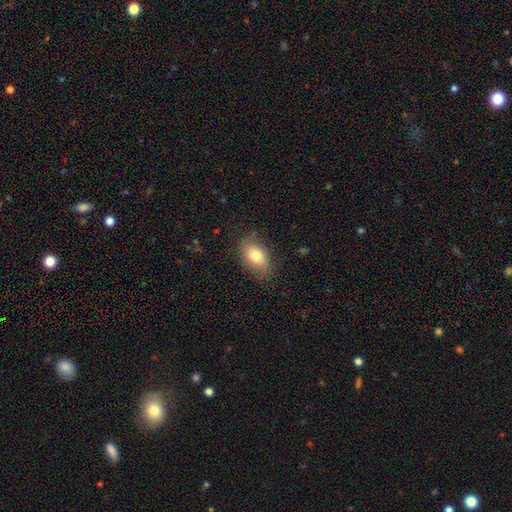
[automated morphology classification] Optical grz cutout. It shows a smooth galaxy with no disk features (75%) that is in between round and cigar-shaped (88%). Merging: none (77%).